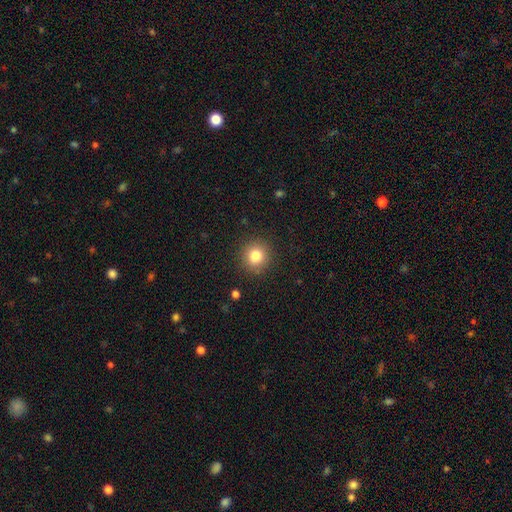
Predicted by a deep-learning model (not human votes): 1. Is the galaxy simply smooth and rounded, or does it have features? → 82% smooth, 11% star or artifact, 7% featured or disk.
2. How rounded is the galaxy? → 91% round, 8% in between, 1% cigar-shaped.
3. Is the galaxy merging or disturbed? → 89% none, 7% minor disturbance, 3% major disturbance, 1% merger.